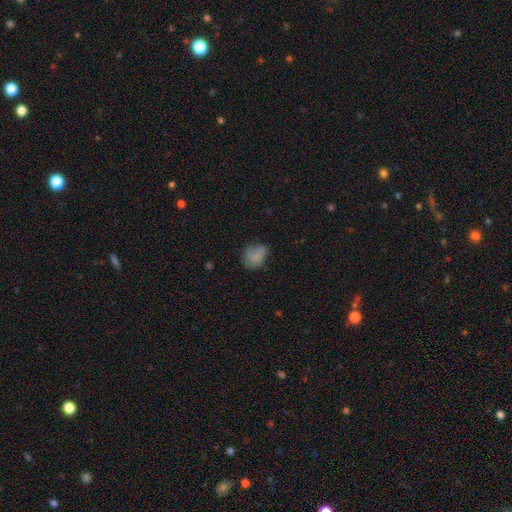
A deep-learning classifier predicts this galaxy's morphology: This appears to be a smooth galaxy with no disk features (77%) that is in between round and cigar-shaped (54%). Merging: none (55%).